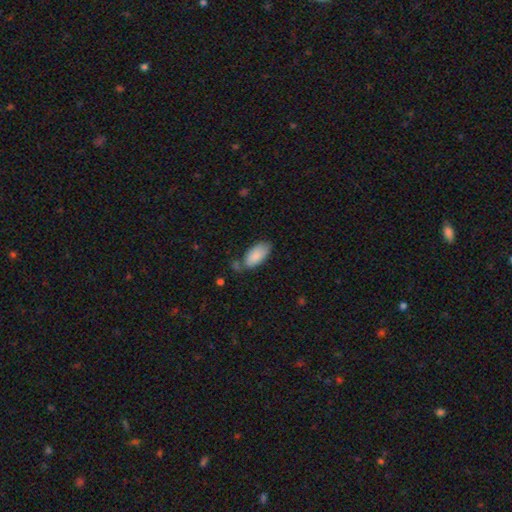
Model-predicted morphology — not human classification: This is clearly a smooth galaxy (86%). How rounded: clearly in between (92%). Merging: possibly none (59%).